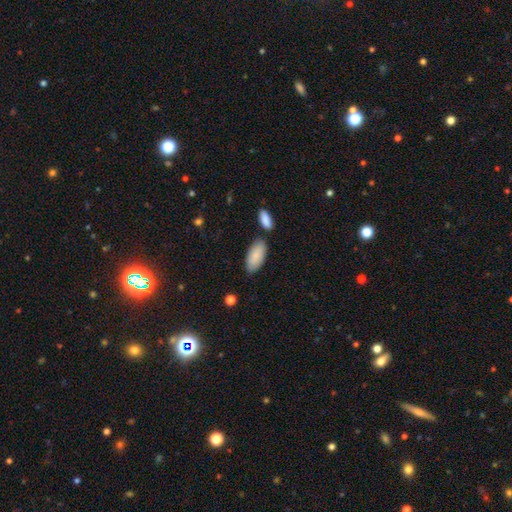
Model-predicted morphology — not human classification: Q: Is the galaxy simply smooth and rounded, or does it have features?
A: smooth — 88%.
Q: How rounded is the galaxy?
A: in between — 90%.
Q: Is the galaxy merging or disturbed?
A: none — 74%.